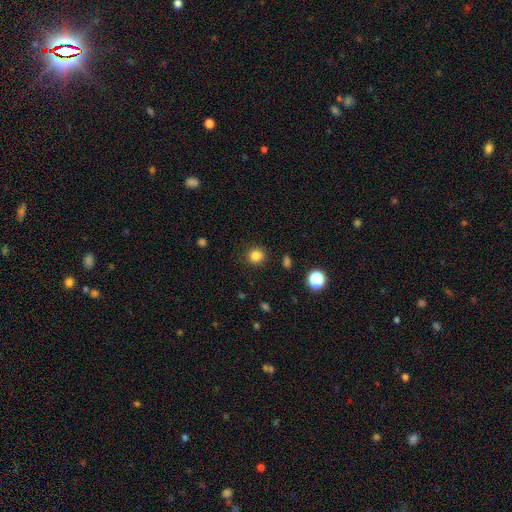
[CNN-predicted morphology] Q: Smooth or featured?
A: smooth (84%); runner-up: star or artifact (12%)
Q: How rounded?
A: round (90%); runner-up: in between (9%)
Q: Merging?
A: none (89%); runner-up: minor disturbance (7%)